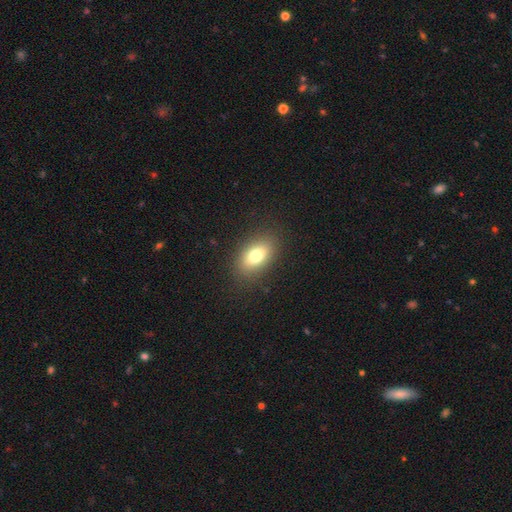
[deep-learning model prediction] Q: Smooth or featured?
A: smooth (76%); runner-up: featured or disk (14%)
Q: How rounded?
A: in between (86%); runner-up: round (11%)
Q: Merging?
A: none (86%); runner-up: minor disturbance (10%)